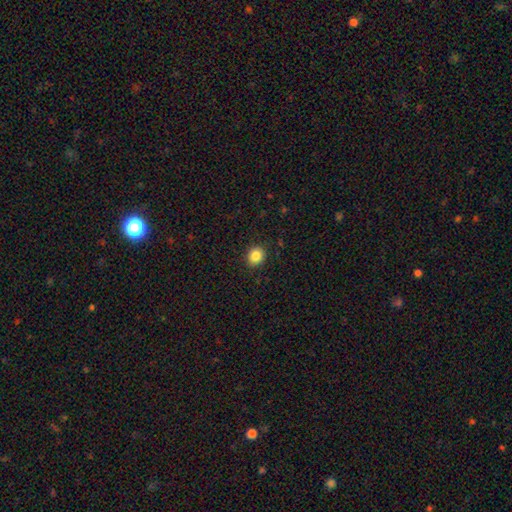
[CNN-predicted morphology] smooth 86%, star or artifact 10%, featured or disk 4%. Down the decision tree: how rounded — round (71%); merging — none (90%).